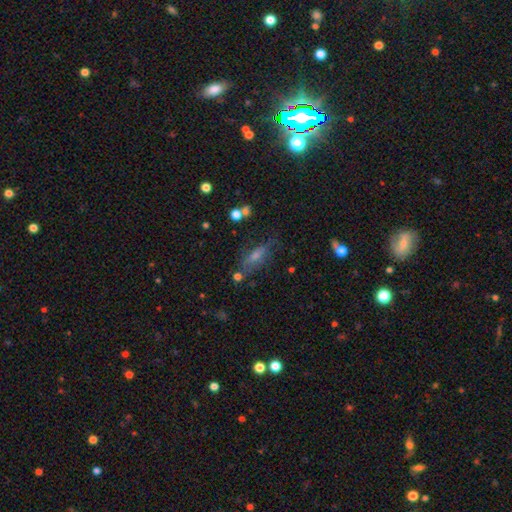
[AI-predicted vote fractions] Q: Smooth or featured?
A: smooth (39%); runner-up: featured or disk (35%)
Q: Merging?
A: none (67%); runner-up: minor disturbance (18%)